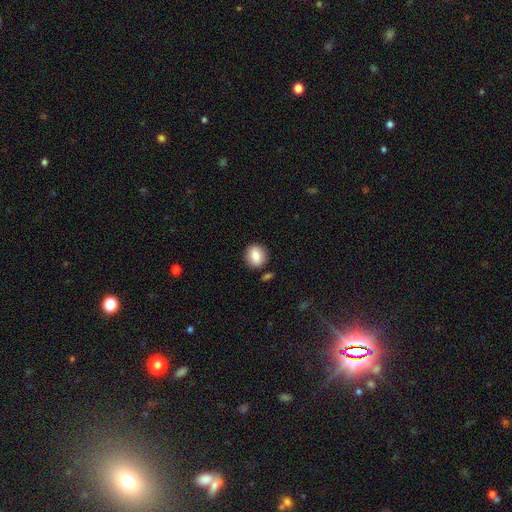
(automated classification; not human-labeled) Q: Smooth or featured?
A: smooth (82%); runner-up: featured or disk (10%)
Q: How rounded?
A: round (75%); runner-up: in between (24%)
Q: Merging?
A: none (87%); runner-up: minor disturbance (8%)